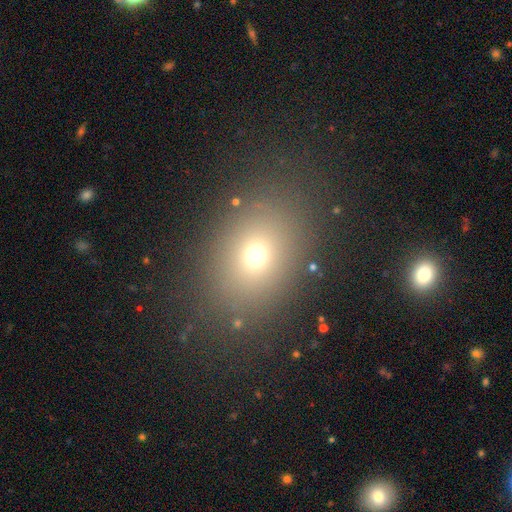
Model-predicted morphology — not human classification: Q: Smooth or featured?
A: smooth (69%); runner-up: star or artifact (20%)
Q: How rounded?
A: in between (58%); runner-up: round (41%)
Q: Merging?
A: none (84%); runner-up: minor disturbance (9%)